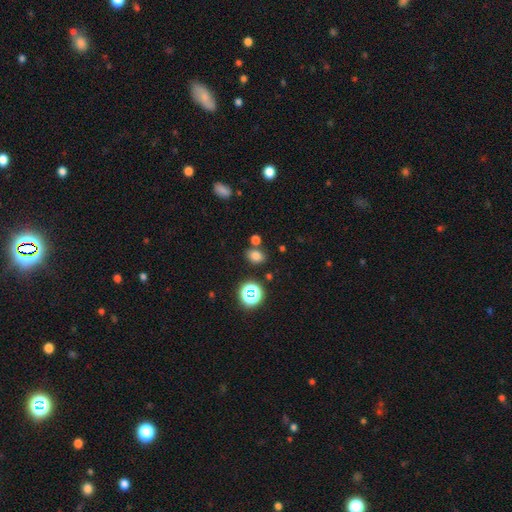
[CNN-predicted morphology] Smooth or featured? smooth (74%)
How rounded? in between (64%)
Merging? none (73%)